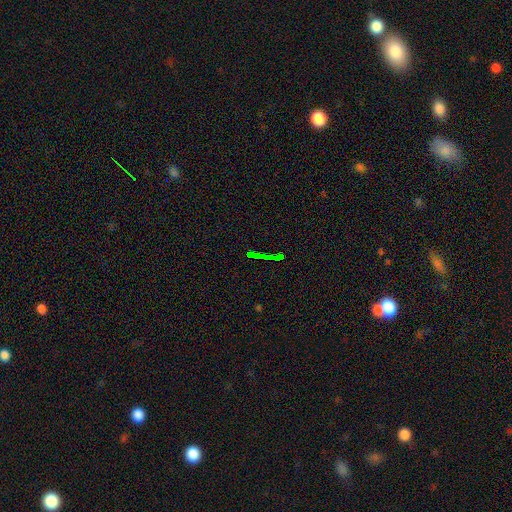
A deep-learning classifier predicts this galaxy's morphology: This appears to be a star or artifact, not a galaxy (65%).